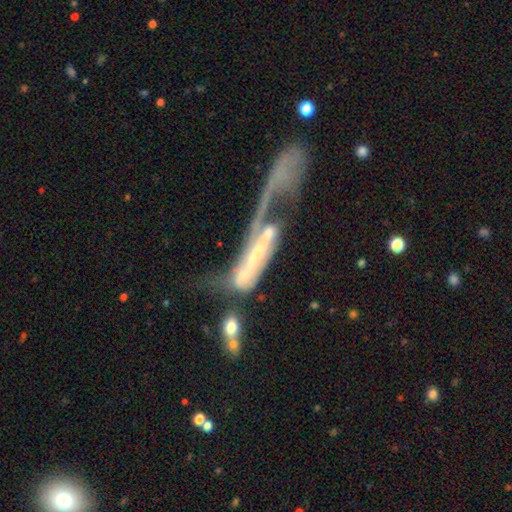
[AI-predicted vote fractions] smooth-or-featured: featured or disk: 67% | smooth: 23% | star or artifact: 9%
  disk-edge-on: no: 71% | yes: 29%
  merging: merger: 43% | major disturbance: 39% | none: 10% | minor disturbance: 7%